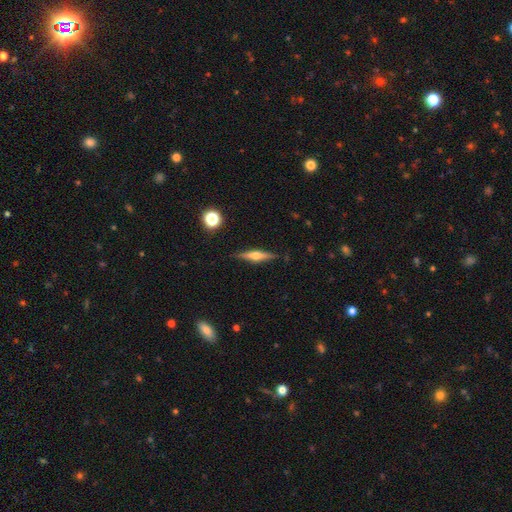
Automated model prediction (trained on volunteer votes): This appears to be a featured or disk galaxy (64%) viewed edge-on (96%) with a rounded central bulge (90%). Merging: none (86%).